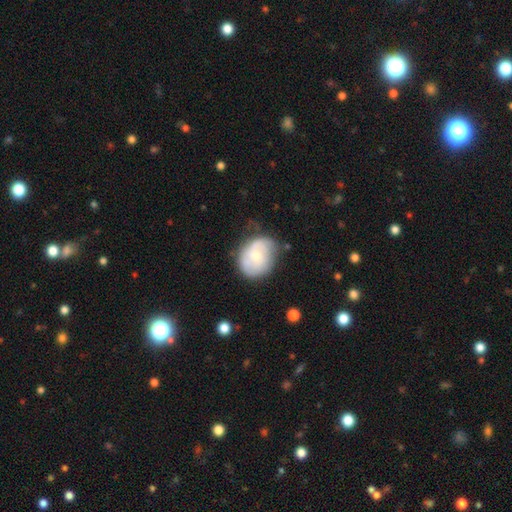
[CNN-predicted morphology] featured or disk 51%, smooth 43%, star or artifact 7%. Down the decision tree: edge-on disk — no (97%); merging — none (57%).